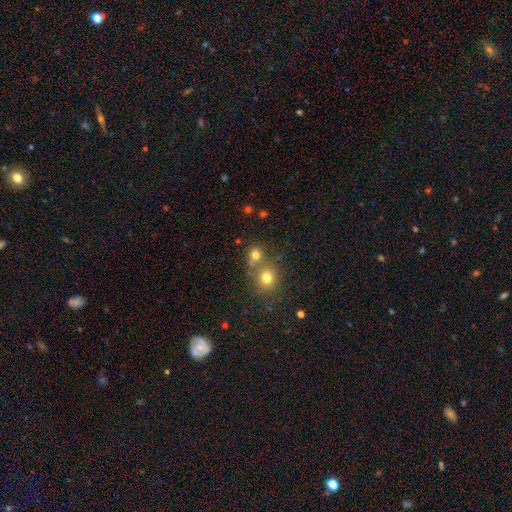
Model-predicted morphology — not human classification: This appears to be a smooth galaxy with no disk features (69%) that is round (83%). Merging: none (54%).